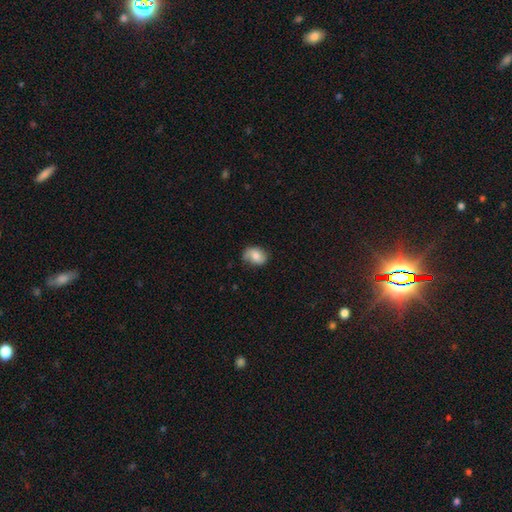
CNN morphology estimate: type=smooth (61%); roundness=in between (67%); merging=none (66%).